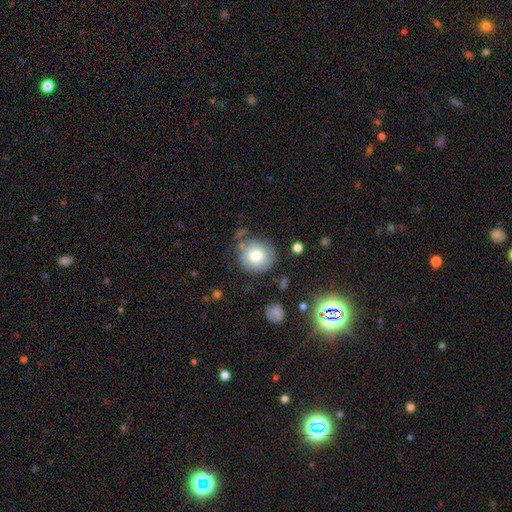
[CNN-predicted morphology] Smooth or featured? Predicted: smooth (p=0.77). How rounded? Predicted: round (p=0.85). Merging? Predicted: none (p=0.70).